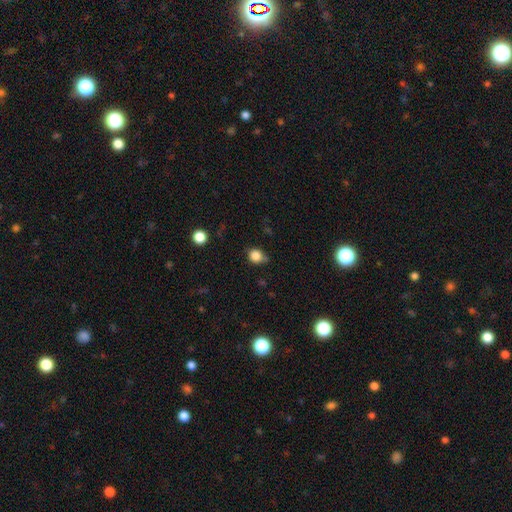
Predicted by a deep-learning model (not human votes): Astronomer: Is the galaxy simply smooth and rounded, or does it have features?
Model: smooth — 84%.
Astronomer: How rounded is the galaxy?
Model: round — 73%.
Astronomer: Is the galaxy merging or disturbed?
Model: none — 63%.